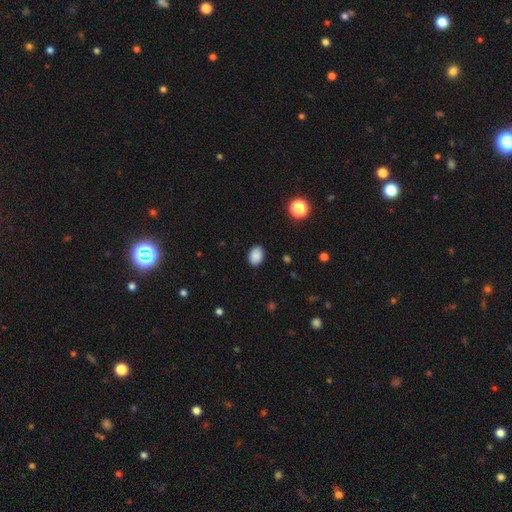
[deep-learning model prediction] Smooth or featured?
  - smooth: 88% *
  - star or artifact: 9%
  - featured or disk: 3%
How rounded?
  - in between: 76% *
  - round: 23%
  - cigar-shaped: 1%
Merging?
  - none: 89% *
  - minor disturbance: 8%
  - major disturbance: 2%
  - merger: 1%